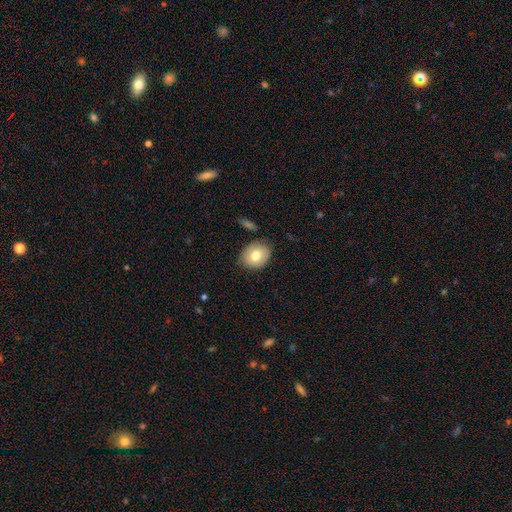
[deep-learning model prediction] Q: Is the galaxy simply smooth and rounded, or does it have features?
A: smooth — 76%.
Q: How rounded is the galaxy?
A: round — 54%.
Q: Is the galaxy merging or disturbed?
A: none — 80%.